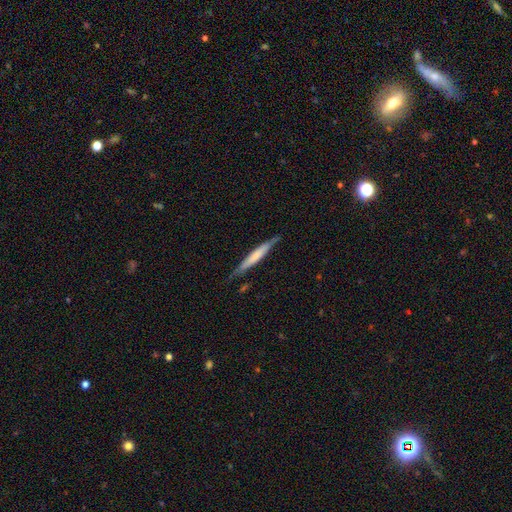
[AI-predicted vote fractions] A smooth galaxy with no disk features (53%) that is cigar-shaped (95%).

Vote fractions:
- Smooth or featured? smooth: 53% / featured or disk: 41% / star or artifact: 5%
- How rounded? cigar-shaped: 95% / in between: 4% / round: 1%
- Merging? none: 78% / minor disturbance: 17% / major disturbance: 3% / merger: 2%